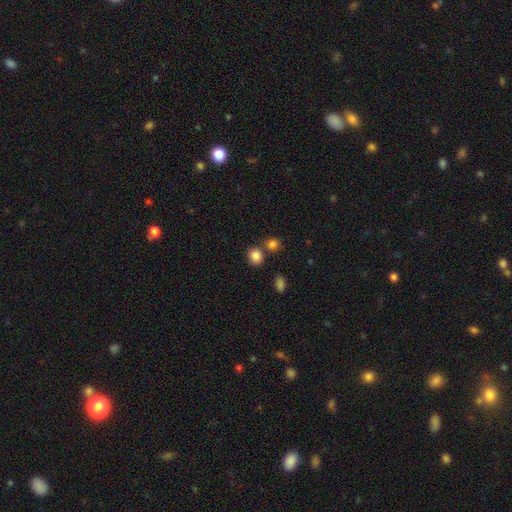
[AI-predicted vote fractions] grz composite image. It shows a smooth galaxy with no disk features (85%) that is round (63%). Merging: none (69%).